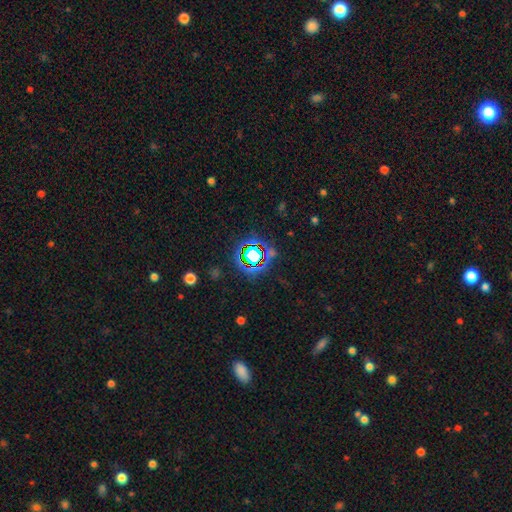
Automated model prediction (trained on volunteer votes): A star or artifact, not a galaxy (68%).